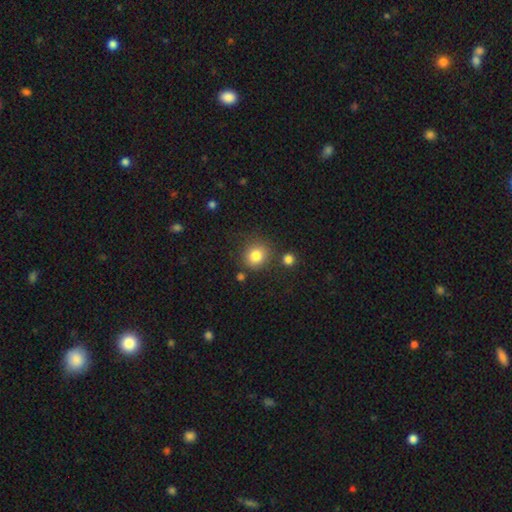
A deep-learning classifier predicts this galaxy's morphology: Smooth or featured: smooth — 83% (star or artifact — 11%)
How rounded: round — 85% (in between — 14%)
Merging: none — 78% (minor disturbance — 11%)